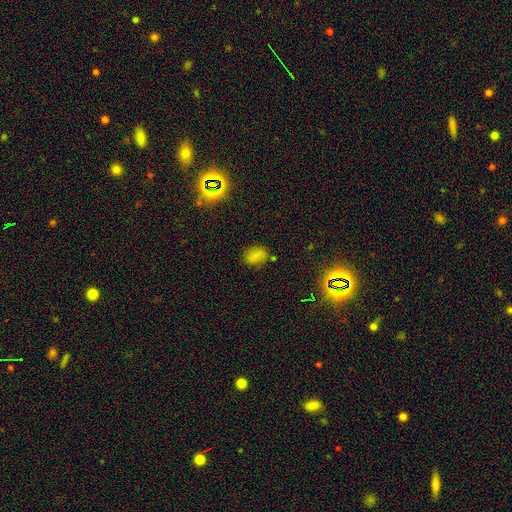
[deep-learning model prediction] Smooth or featured? smooth (74%)
How rounded? in between (76%)
Merging? none (78%)